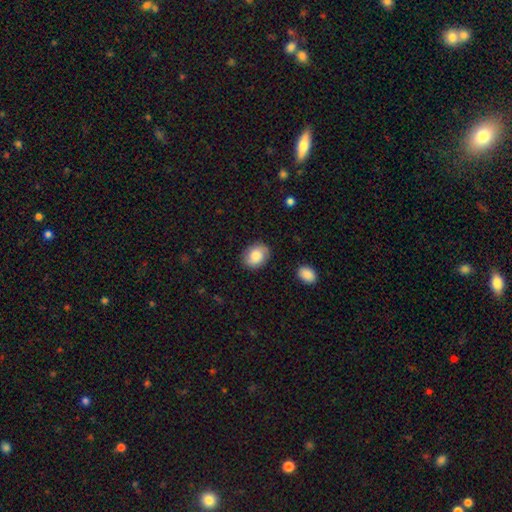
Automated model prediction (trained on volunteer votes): Smooth or featured? Predicted: smooth (p=0.75). How rounded? Predicted: in between (p=0.55). Merging? Predicted: none (p=0.83).